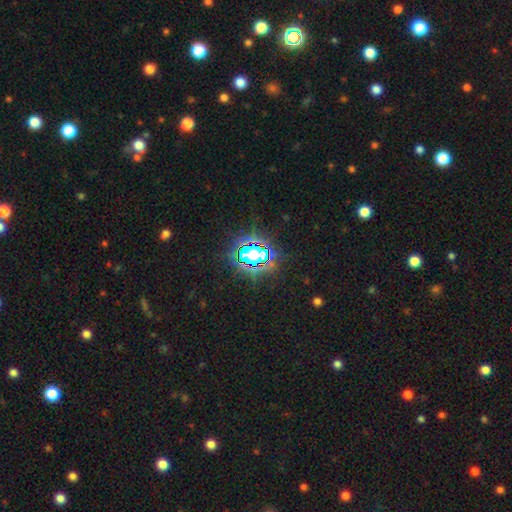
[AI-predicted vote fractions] Smooth or featured: star or artifact — 71% (smooth — 18%)